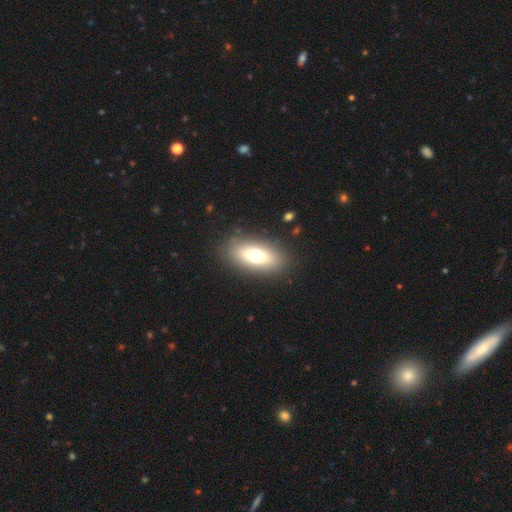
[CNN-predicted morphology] type=smooth (71%); roundness=in between (82%); merging=none (87%).